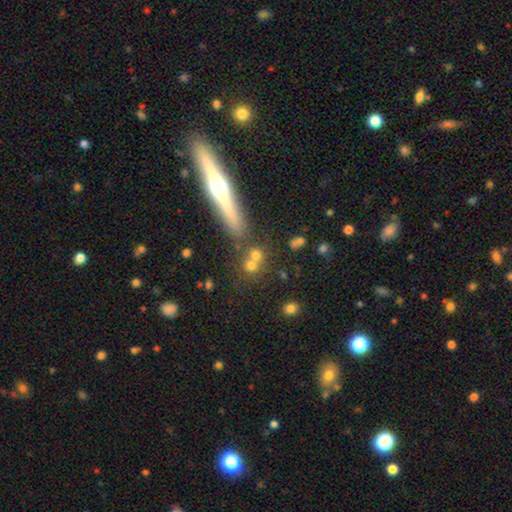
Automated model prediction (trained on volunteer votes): Overall: smooth (65%). How rounded: round (74%). Merging: none (50%; merger 36%).